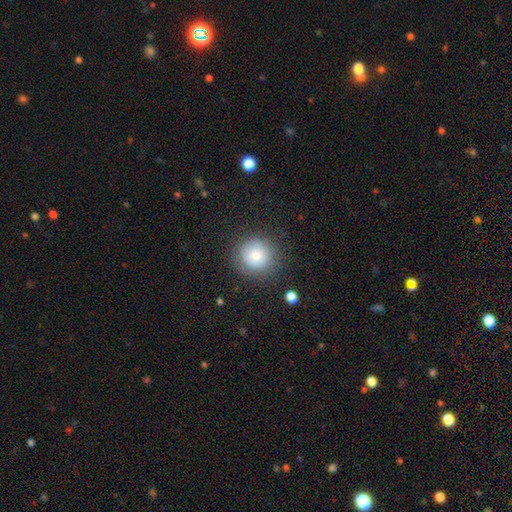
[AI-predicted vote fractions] The model was most divided on "smooth or featured": smooth: 78%, featured or disk: 13%, star or artifact: 10%. More confident: how rounded — round (92%); merging — none (81%).